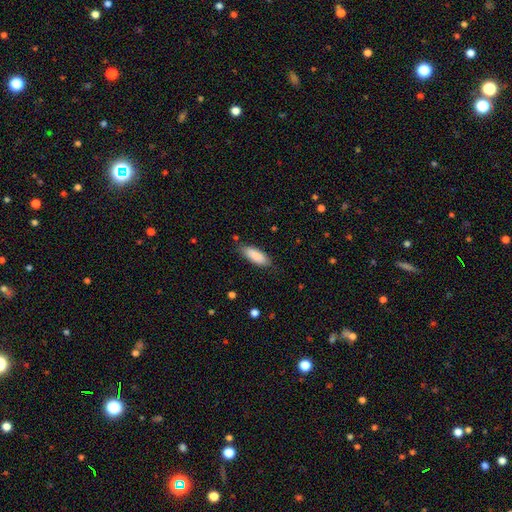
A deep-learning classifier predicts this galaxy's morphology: smooth 87%, featured or disk 7%, star or artifact 6%. Down the decision tree: how rounded — in between (72%); merging — none (78%).